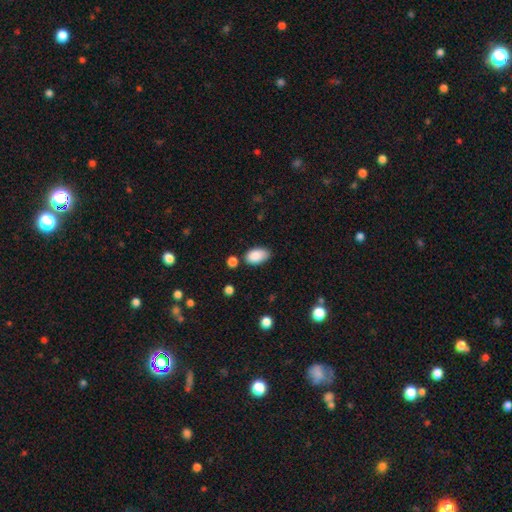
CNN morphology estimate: type=smooth (87%); roundness=in between (93%); merging=none (66%).